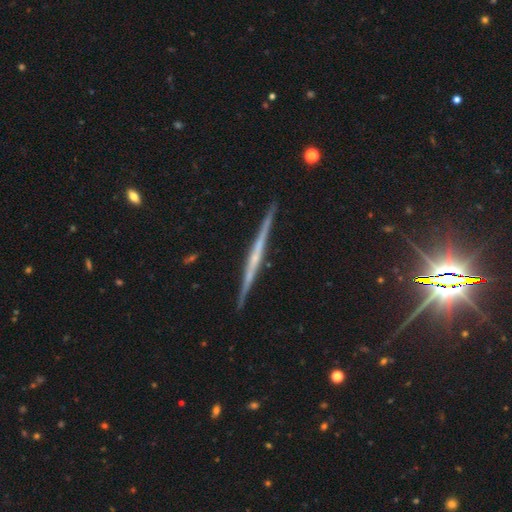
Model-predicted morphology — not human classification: type=featured or disk (73%); edge-on=yes (98%); edge-on bulge=none (65%); merging=none (91%).